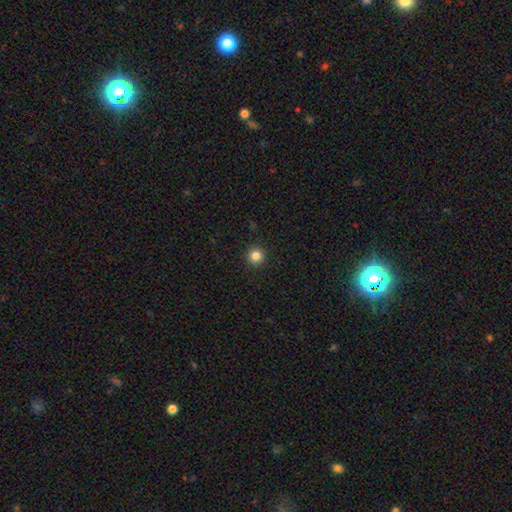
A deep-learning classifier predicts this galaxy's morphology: The model was most divided on "smooth or featured": smooth: 83%, star or artifact: 12%, featured or disk: 5%. More confident: how rounded — round (96%); merging — none (93%).